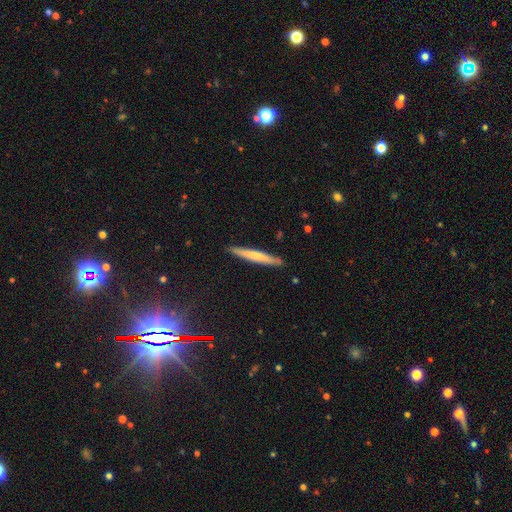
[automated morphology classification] This is likely a smooth galaxy (61%). How rounded: clearly cigar-shaped (96%). Merging: clearly none (89%).